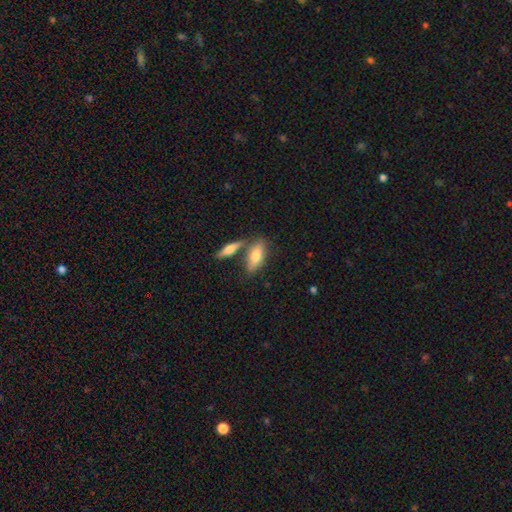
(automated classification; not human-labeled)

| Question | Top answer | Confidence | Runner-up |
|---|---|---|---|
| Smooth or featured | smooth | 72% | featured or disk (22%) |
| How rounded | in between | 75% | cigar-shaped (22%) |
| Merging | none | 54% | merger (31%) |